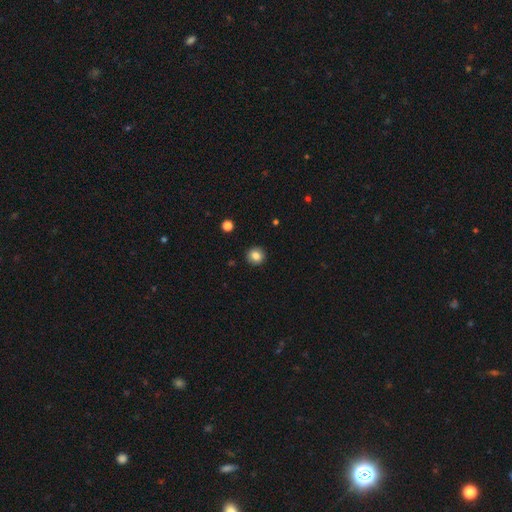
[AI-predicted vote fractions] The model was most divided on "smooth or featured": smooth: 85%, star or artifact: 10%, featured or disk: 5%. More confident: merging — none (92%); how rounded — round (92%).